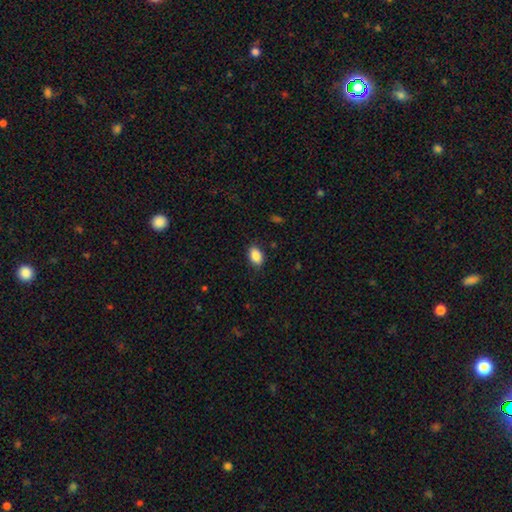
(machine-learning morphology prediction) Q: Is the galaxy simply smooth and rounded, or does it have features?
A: smooth — 88%.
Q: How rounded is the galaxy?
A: in between — 87%.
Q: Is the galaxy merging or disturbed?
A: none — 85%.